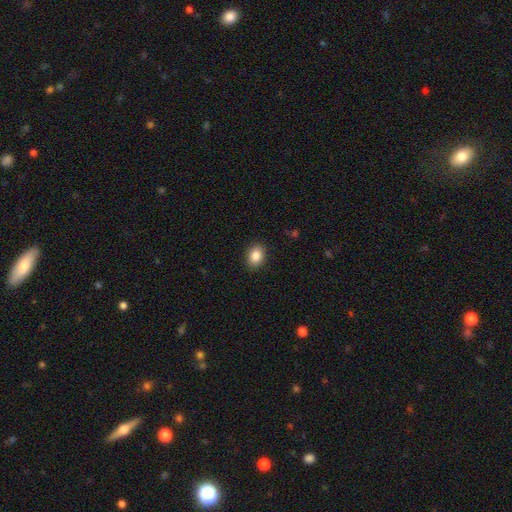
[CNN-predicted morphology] smooth 87%, star or artifact 8%, featured or disk 5%. Down the decision tree: how rounded — in between (70%); merging — none (89%).